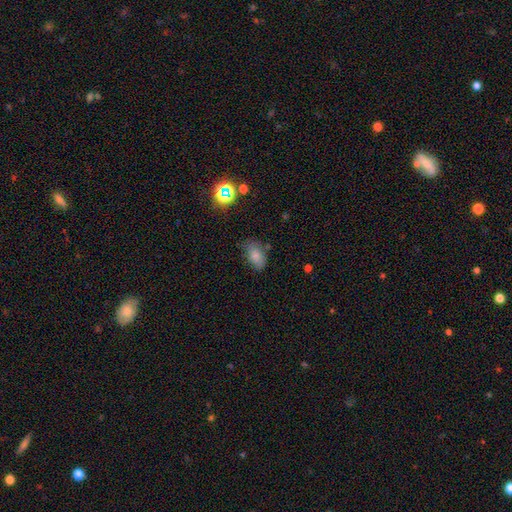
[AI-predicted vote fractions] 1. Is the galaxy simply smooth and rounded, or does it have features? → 78% smooth, 12% star or artifact, 9% featured or disk.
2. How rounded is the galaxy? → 89% in between, 9% round, 2% cigar-shaped.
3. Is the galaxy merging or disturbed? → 64% none, 25% minor disturbance, 7% major disturbance, 4% merger.